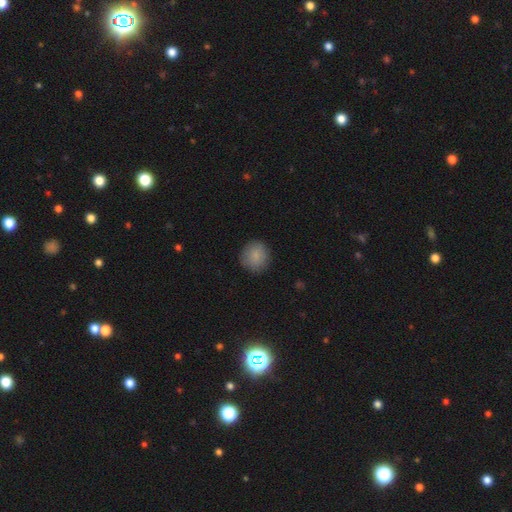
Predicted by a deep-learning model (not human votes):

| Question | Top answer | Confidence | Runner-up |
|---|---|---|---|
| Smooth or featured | smooth | 86% | star or artifact (8%) |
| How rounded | round | 87% | in between (12%) |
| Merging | none | 86% | minor disturbance (10%) |